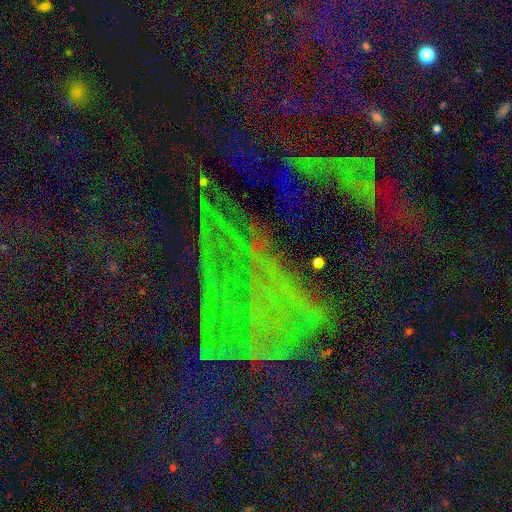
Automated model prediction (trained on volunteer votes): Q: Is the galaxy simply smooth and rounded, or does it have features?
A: star or artifact — 75%.